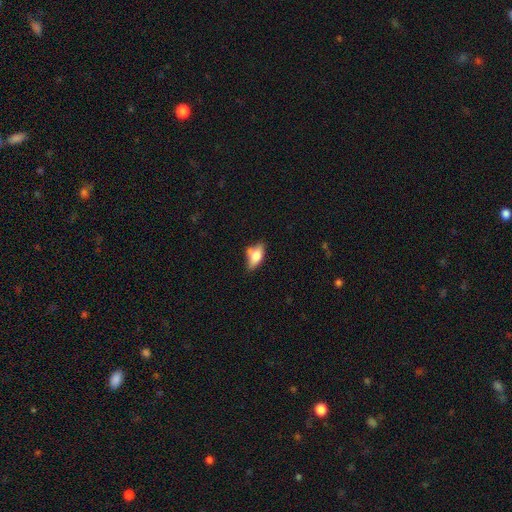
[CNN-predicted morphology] Smooth or featured? Predicted: smooth (p=0.64). How rounded? Predicted: in between (p=0.84). Merging? Predicted: none (p=0.50).